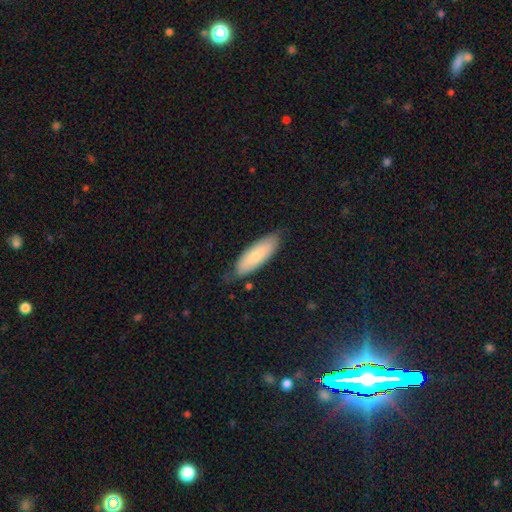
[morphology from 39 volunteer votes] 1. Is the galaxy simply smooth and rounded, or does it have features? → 64% smooth, 31% featured or disk, 5% star or artifact.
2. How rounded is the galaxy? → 72% in between, 24% cigar-shaped, 4% round.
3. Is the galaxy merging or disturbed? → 68% none, 22% minor disturbance, 8% major disturbance, 3% merger.